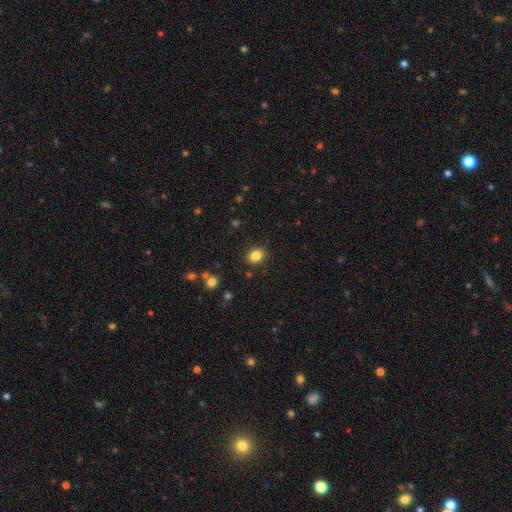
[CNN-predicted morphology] Smooth or featured?
  - smooth: 84% *
  - star or artifact: 10%
  - featured or disk: 5%
How rounded?
  - in between: 52% *
  - round: 47%
  - cigar-shaped: 1%
Merging?
  - none: 87% *
  - minor disturbance: 8%
  - major disturbance: 3%
  - merger: 2%